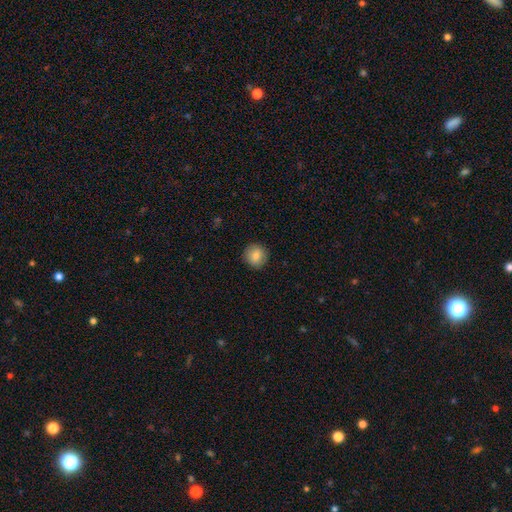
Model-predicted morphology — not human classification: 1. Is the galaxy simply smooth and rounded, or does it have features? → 84% smooth, 8% star or artifact, 8% featured or disk.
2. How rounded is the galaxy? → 92% round, 7% in between, 1% cigar-shaped.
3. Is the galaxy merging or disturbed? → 91% none, 6% minor disturbance, 2% major disturbance, 1% merger.